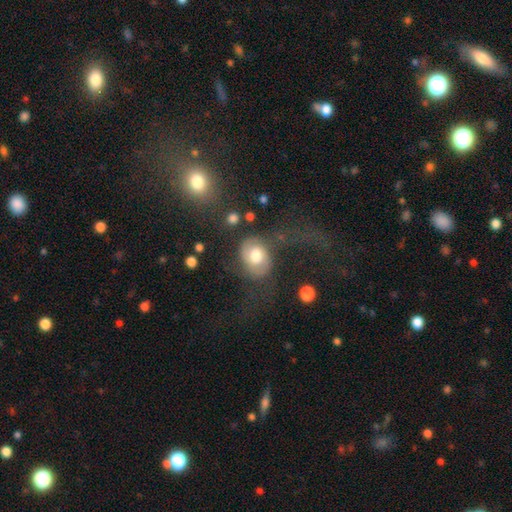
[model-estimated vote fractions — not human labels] This appears to be a smooth galaxy with no disk features (51%) that is in between round and cigar-shaped (57%). Merging: none (50%).